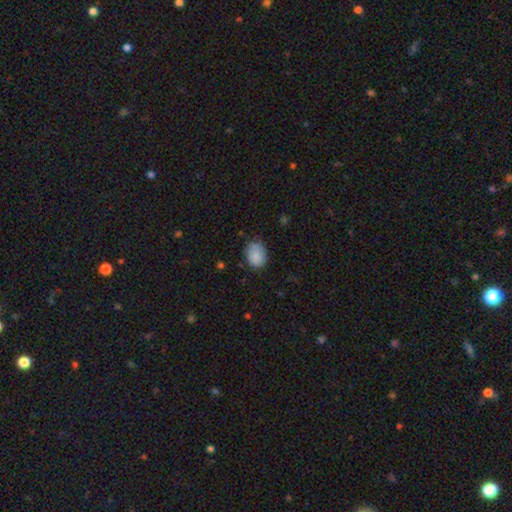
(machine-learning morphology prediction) The model was most divided on "how rounded": in between: 63%, round: 36%, cigar-shaped: 1%. More confident: smooth or featured — smooth (86%); merging — none (69%).